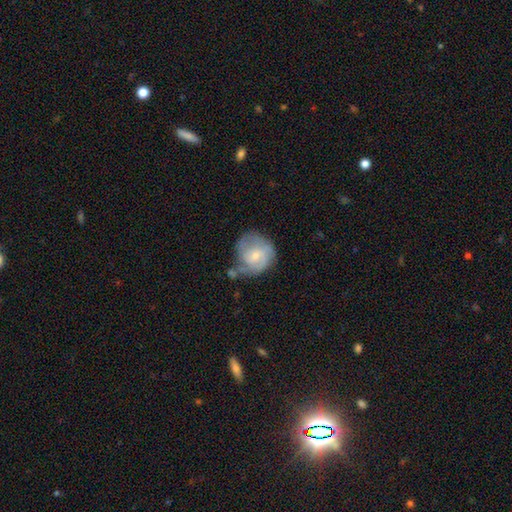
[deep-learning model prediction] Morphology: type=featured or disk (57%); edge-on=no (98%); bar=no (64%); spiral arms=yes (82%); bulge=small (60%); merging=none (43%).